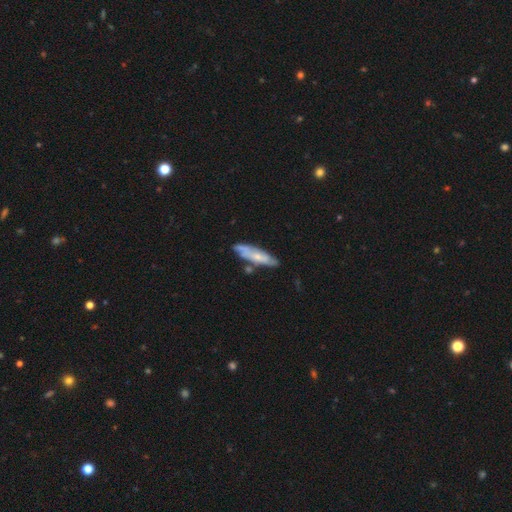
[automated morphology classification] Smooth or featured? featured or disk (49%)
Merging? none (62%)